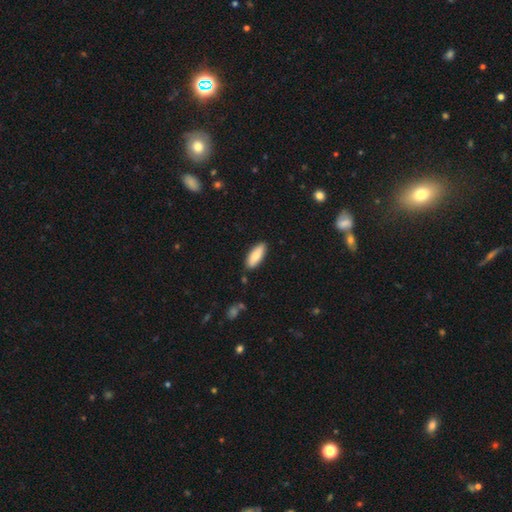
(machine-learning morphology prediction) The model was most divided on "how rounded": in between: 71%, cigar-shaped: 27%, round: 2%. More confident: merging — none (88%); smooth or featured — smooth (83%).